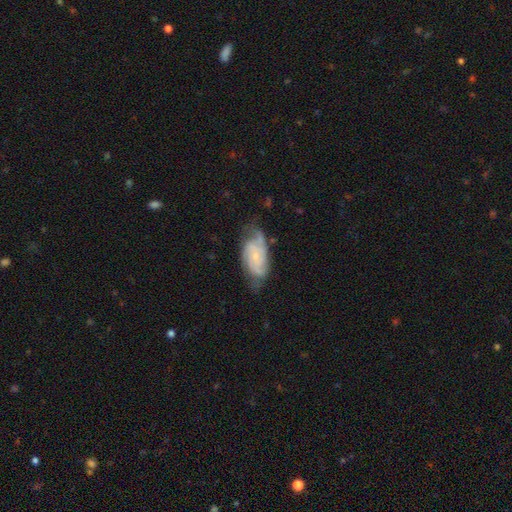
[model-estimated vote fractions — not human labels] Smooth or featured: featured or disk — 79% (smooth — 15%)
Edge-on disk: no — 96% (yes — 4%)
Bar: no — 70% (weak — 25%)
Spiral arms: yes — 94% (no — 6%)
Spiral winding: tight — 46% (medium — 41%)
Spiral arm count: 2 — 40% (3 — 25%)
Bulge size: small — 76% (moderate — 16%)
Merging: none — 59% (minor disturbance — 28%)